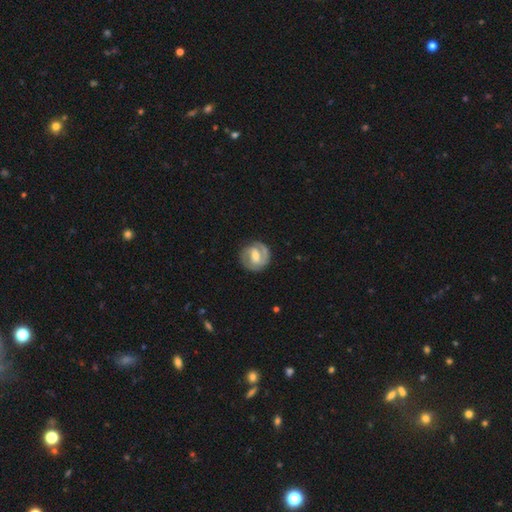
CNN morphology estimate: A featured or disk galaxy (76%) with a weak bar (51%), 2 (76%) tight (57%) spiral arms (87%) and a moderate central bulge (58%).

Vote fractions:
- Smooth or featured? featured or disk: 76% / smooth: 19% / star or artifact: 5%
- Edge-on disk? no: 98% / yes: 2%
- Bar? weak: 51% / strong: 30% / no: 20%
- Spiral arms? yes: 87% / no: 13%
- Spiral winding? tight: 57% / medium: 34% / loose: 9%
- Spiral arm count? 2: 76% / 1: 11% / can't tell: 9% / 3: 2% / 4: 1% / more than 4: 1%
- Bulge size? moderate: 58% / small: 27% / large: 10% / none: 3% / dominant: 1%
- Merging? none: 82% / minor disturbance: 13% / major disturbance: 5% / merger: 1%